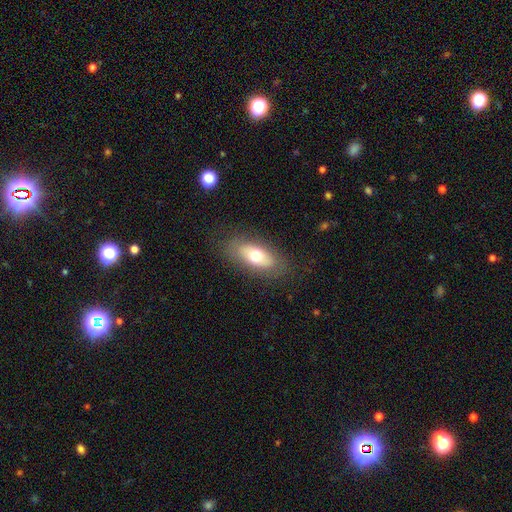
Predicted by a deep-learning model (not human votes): Smooth or featured? smooth (65%)
How rounded? in between (84%)
Merging? none (82%)